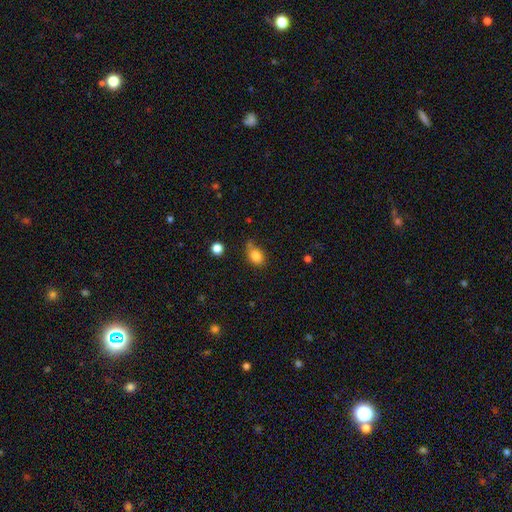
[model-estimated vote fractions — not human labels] smooth-or-featured: smooth: 82% | star or artifact: 11% | featured or disk: 7%
  how-rounded: in between: 59% | round: 40% | cigar-shaped: 1%
  merging: none: 58% | minor disturbance: 28% | merger: 7% | major disturbance: 7%